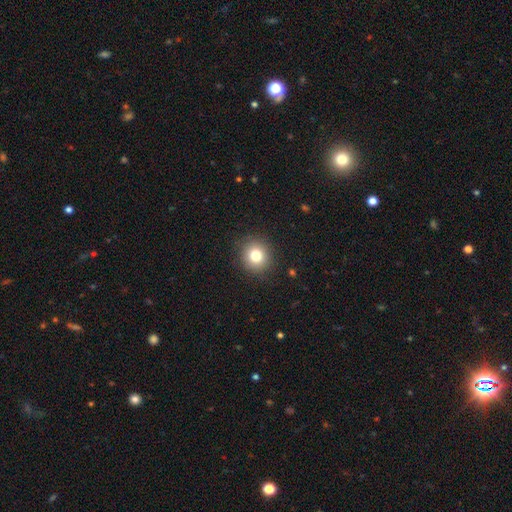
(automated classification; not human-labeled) smooth_or_featured: smooth (p=0.80) [alt: star or artifact p=0.12]
how_rounded: round (p=0.87) [alt: in between p=0.12]
merging: none (p=0.89) [alt: minor disturbance p=0.07]